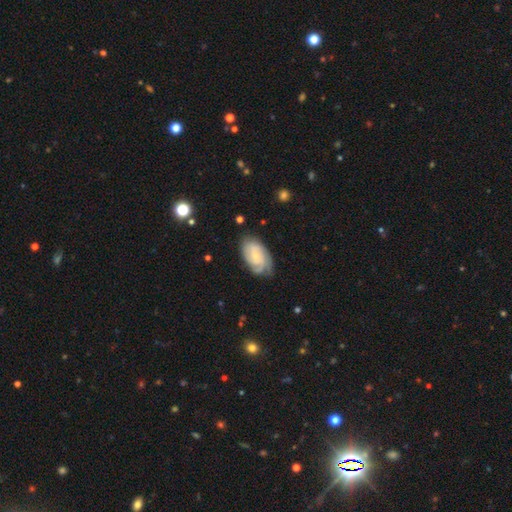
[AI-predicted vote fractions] A featured or disk galaxy (76%) with no bar (66%), tight (61%) spiral arms (95%) and a small central bulge (72%). Merging: none (70%).